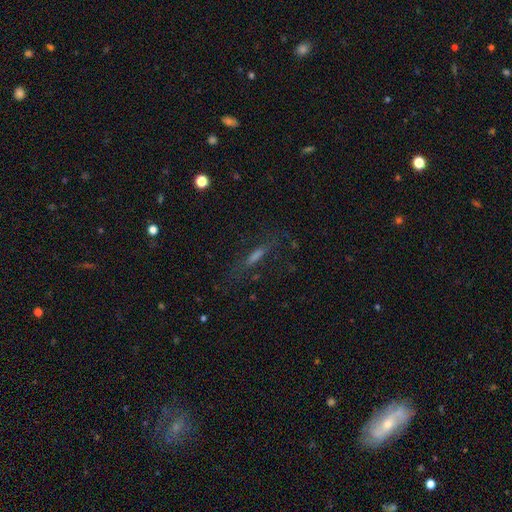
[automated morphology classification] A smooth galaxy with no disk features (43%). Merging: none (73%).